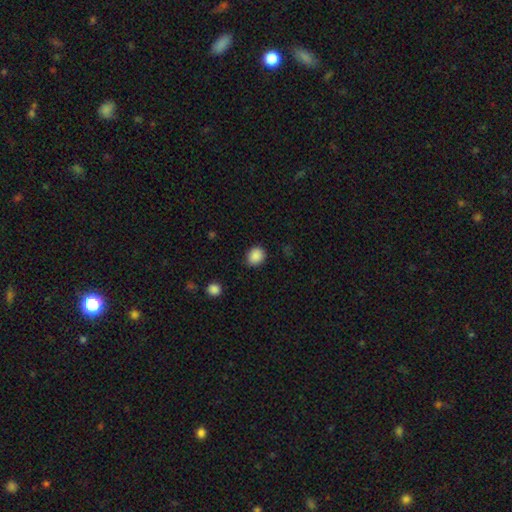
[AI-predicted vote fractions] A smooth galaxy with no disk features (88%) that is round (68%). Merging: none (86%).